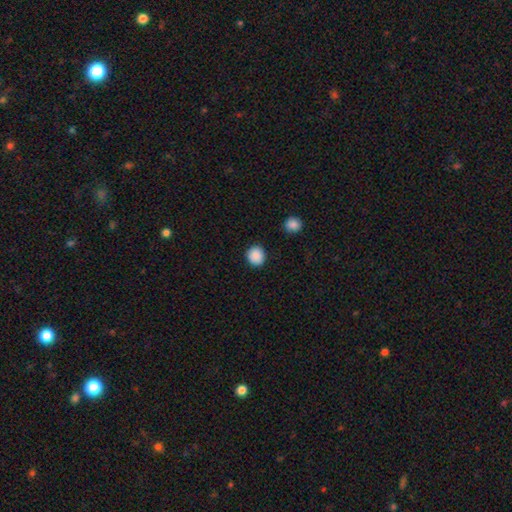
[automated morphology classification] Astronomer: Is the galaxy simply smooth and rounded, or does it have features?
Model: smooth — 89%.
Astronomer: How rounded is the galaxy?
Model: round — 89%.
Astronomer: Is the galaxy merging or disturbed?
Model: none — 91%.